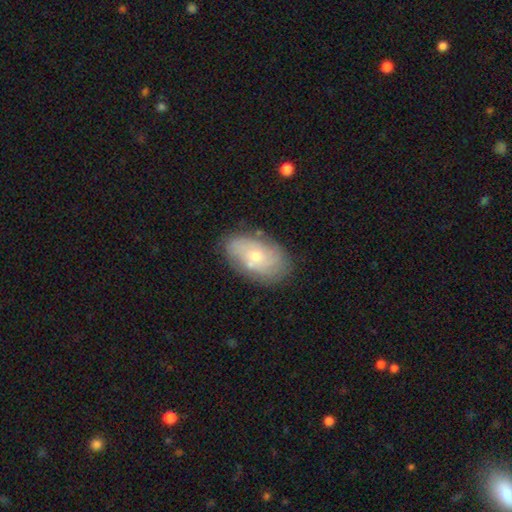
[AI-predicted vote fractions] Smooth or featured? Predicted: featured or disk (p=0.51). Edge-on disk? Predicted: no (p=0.93). Merging? Predicted: none (p=0.74).